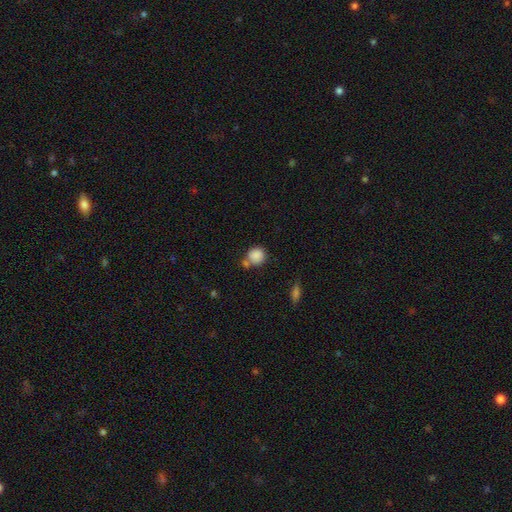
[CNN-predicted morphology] This is clearly a smooth galaxy (87%). How rounded: clearly round (82%). Merging: possibly none (57%).